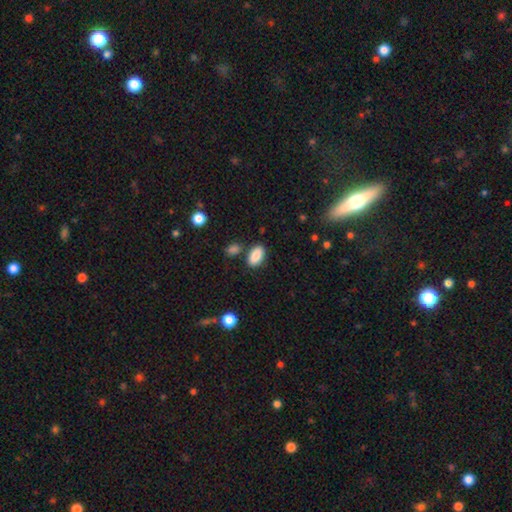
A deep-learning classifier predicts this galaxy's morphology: smooth 88%, star or artifact 7%, featured or disk 5%. Down the decision tree: how rounded — in between (91%); merging — none (79%).